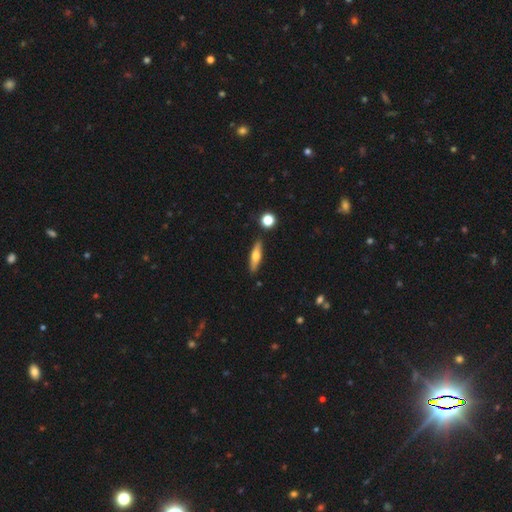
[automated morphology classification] A smooth galaxy with no disk features (53%) that is cigar-shaped (70%).

Vote fractions:
- Smooth or featured? smooth: 53% / featured or disk: 40% / star or artifact: 7%
- How rounded? cigar-shaped: 70% / in between: 27% / round: 3%
- Merging? none: 86% / minor disturbance: 8% / merger: 3% / major disturbance: 2%